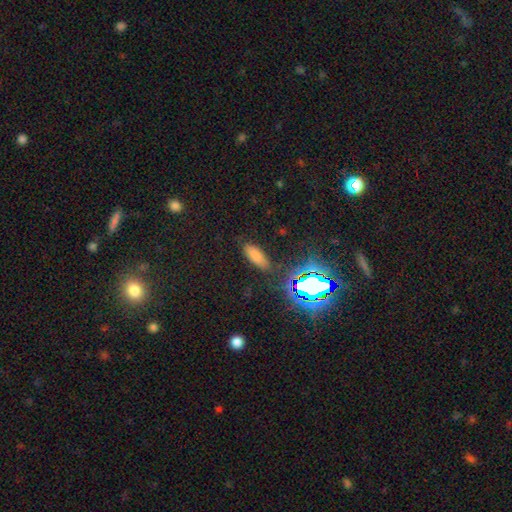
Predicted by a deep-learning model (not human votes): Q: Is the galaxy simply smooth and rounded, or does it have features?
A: smooth — 71%.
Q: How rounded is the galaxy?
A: in between — 71%.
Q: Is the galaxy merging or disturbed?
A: none — 83%.